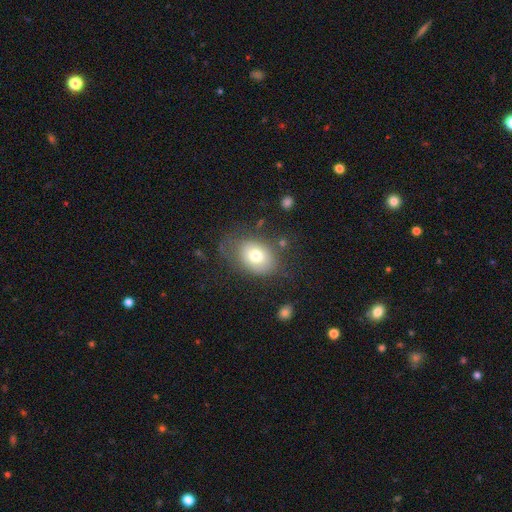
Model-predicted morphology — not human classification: Q: Smooth or featured?
A: smooth (72%); runner-up: featured or disk (18%)
Q: How rounded?
A: in between (69%); runner-up: round (30%)
Q: Merging?
A: none (59%); runner-up: minor disturbance (23%)